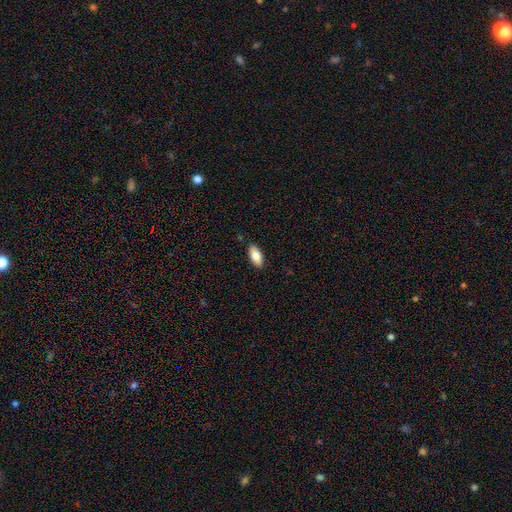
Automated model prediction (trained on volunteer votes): Smooth or featured?
  - smooth: 84% *
  - featured or disk: 9%
  - star or artifact: 6%
How rounded?
  - in between: 89% *
  - cigar-shaped: 9%
  - round: 2%
Merging?
  - none: 88% *
  - minor disturbance: 9%
  - major disturbance: 2%
  - merger: 1%